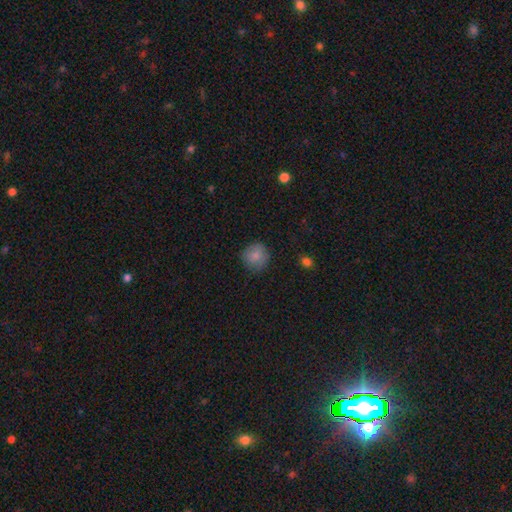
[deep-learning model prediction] Smooth or featured?
  - smooth: 83% *
  - star or artifact: 8%
  - featured or disk: 8%
How rounded?
  - round: 90% *
  - in between: 9%
  - cigar-shaped: 1%
Merging?
  - none: 78% *
  - minor disturbance: 17%
  - major disturbance: 4%
  - merger: 1%